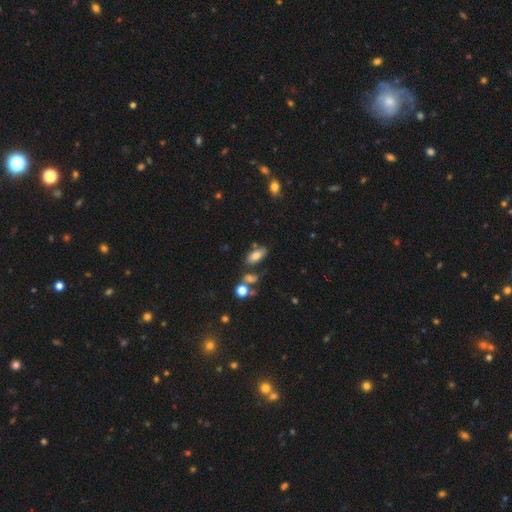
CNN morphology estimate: Smooth or featured?
  - smooth: 76% *
  - featured or disk: 14%
  - star or artifact: 10%
How rounded?
  - in between: 87% *
  - cigar-shaped: 9%
  - round: 5%
Merging?
  - none: 67% *
  - minor disturbance: 15%
  - merger: 13%
  - major disturbance: 5%